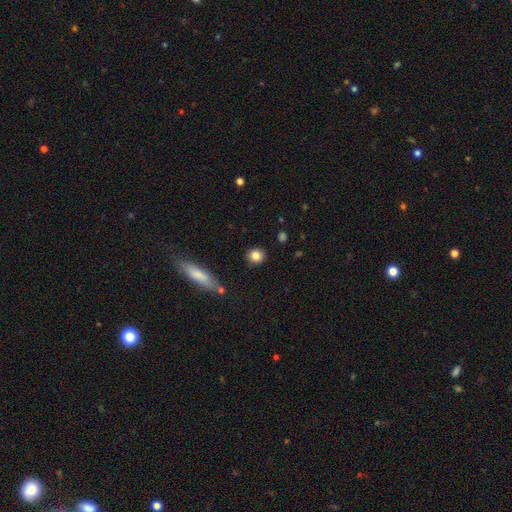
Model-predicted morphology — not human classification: A smooth galaxy with no disk features (84%) that is round (82%).

Vote fractions:
- Smooth or featured? smooth: 84% / star or artifact: 9% / featured or disk: 7%
- How rounded? round: 82% / in between: 15% / cigar-shaped: 2%
- Merging? none: 88% / minor disturbance: 7% / merger: 2% / major disturbance: 2%